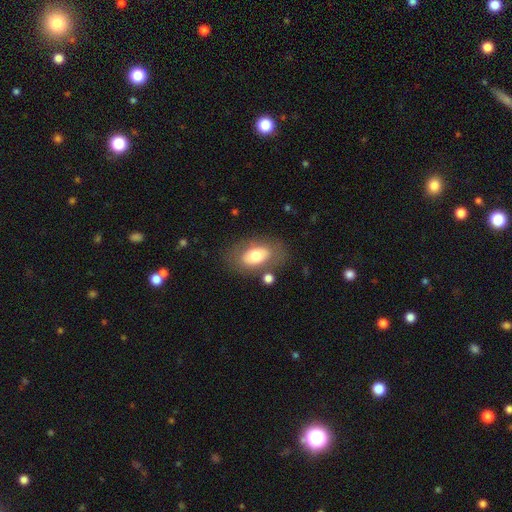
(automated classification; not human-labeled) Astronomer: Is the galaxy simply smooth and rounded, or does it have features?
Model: smooth — 66%.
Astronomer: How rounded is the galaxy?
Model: in between — 90%.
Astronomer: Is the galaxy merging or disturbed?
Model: none — 73%.